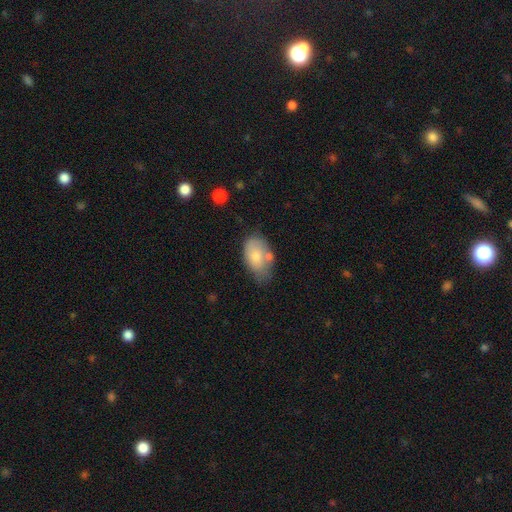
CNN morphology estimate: This is likely a smooth galaxy (76%). How rounded: clearly in between (90%). Merging: marginally none (44%).